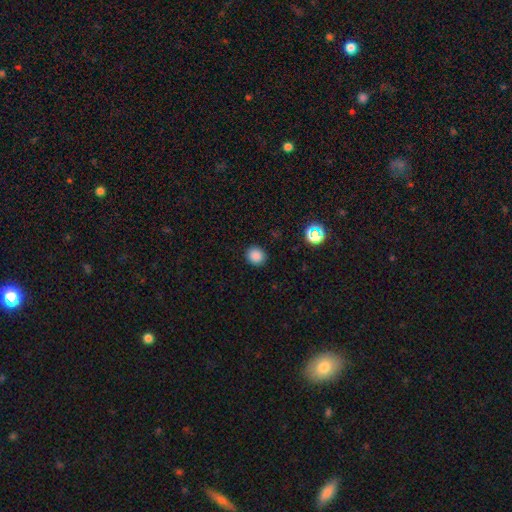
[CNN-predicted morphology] This is clearly a smooth galaxy (85%). How rounded: clearly round (85%). Merging: clearly none (91%).